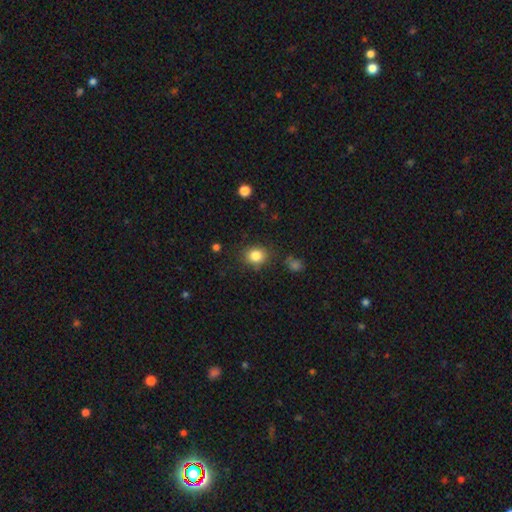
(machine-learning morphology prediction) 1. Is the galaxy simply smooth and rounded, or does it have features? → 83% smooth, 11% star or artifact, 6% featured or disk.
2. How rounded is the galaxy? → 70% round, 29% in between, 1% cigar-shaped.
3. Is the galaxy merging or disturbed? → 82% none, 12% minor disturbance, 4% major disturbance, 3% merger.